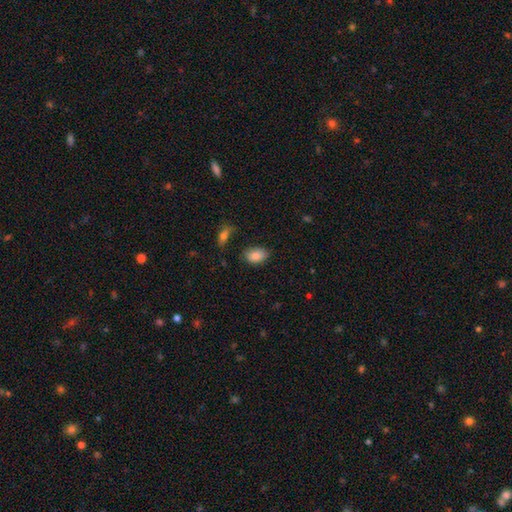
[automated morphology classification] Smooth or featured? Predicted: smooth (p=0.87). How rounded? Predicted: in between (p=0.87). Merging? Predicted: none (p=0.76).